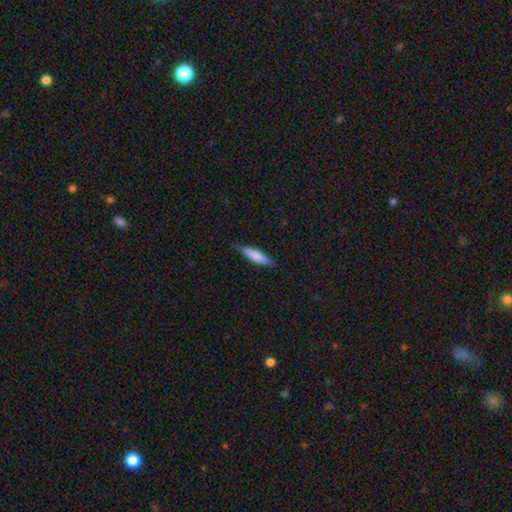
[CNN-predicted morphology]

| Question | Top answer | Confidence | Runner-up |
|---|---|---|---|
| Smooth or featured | smooth | 75% | featured or disk (19%) |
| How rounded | cigar-shaped | 73% | in between (25%) |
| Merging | none | 81% | minor disturbance (15%) |